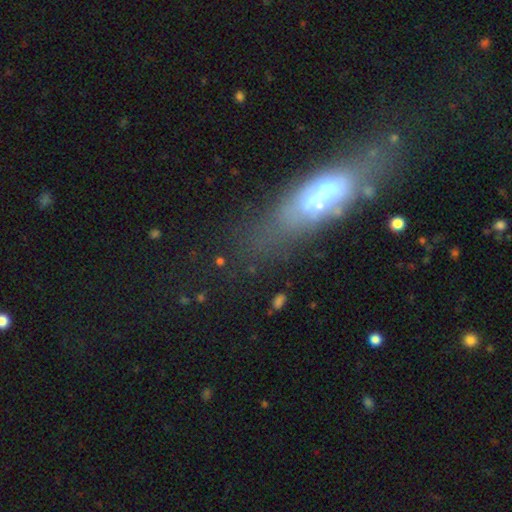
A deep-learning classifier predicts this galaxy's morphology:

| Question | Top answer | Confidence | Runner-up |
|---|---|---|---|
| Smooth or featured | featured or disk | 46% | smooth (40%) |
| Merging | none | 67% | minor disturbance (19%) |